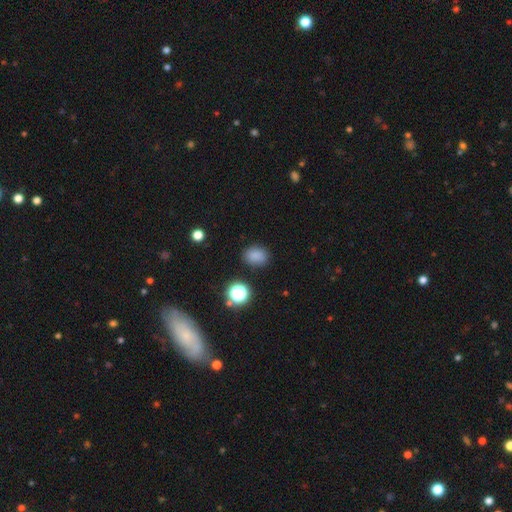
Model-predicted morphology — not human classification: Smooth or featured?
  - smooth: 82% *
  - star or artifact: 14%
  - featured or disk: 4%
How rounded?
  - in between: 61% *
  - round: 37%
  - cigar-shaped: 1%
Merging?
  - none: 84% *
  - minor disturbance: 11%
  - major disturbance: 3%
  - merger: 2%